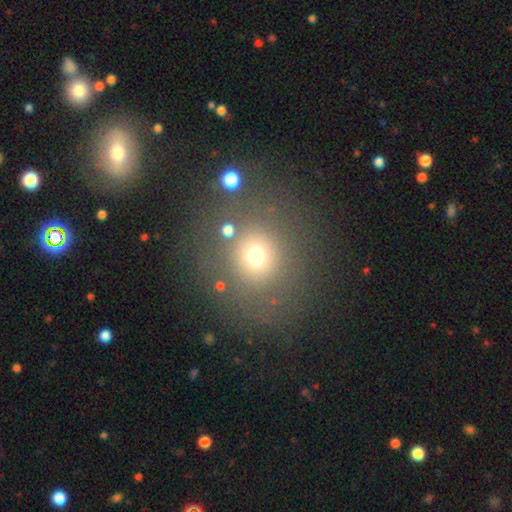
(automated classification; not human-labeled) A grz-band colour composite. It shows a smooth galaxy with no disk features (68%) that is round (87%). Merging: none (76%).